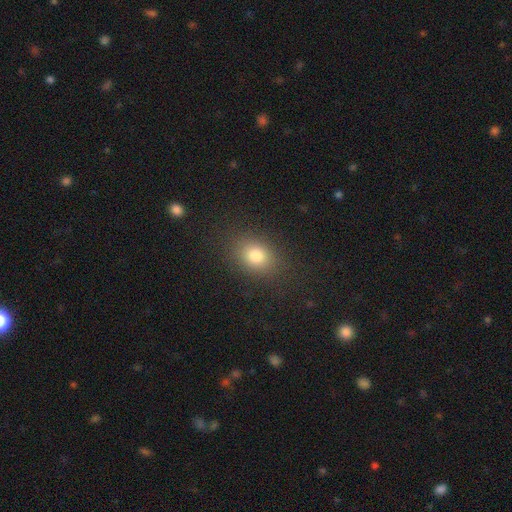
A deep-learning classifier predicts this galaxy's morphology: Q: Smooth or featured?
A: smooth (79%); runner-up: star or artifact (13%)
Q: How rounded?
A: in between (58%); runner-up: round (41%)
Q: Merging?
A: none (86%); runner-up: minor disturbance (9%)